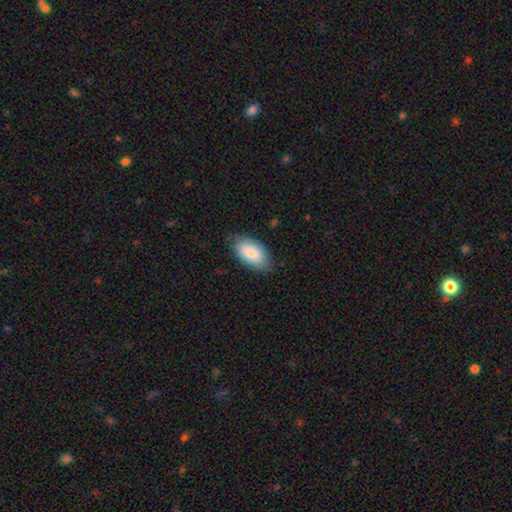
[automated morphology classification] A smooth galaxy with no disk features (86%) that is in between round and cigar-shaped (95%).

Vote fractions:
- Smooth or featured? smooth: 86% / featured or disk: 8% / star or artifact: 6%
- How rounded? in between: 95% / round: 3% / cigar-shaped: 3%
- Merging? none: 77% / minor disturbance: 19% / major disturbance: 4% / merger: 1%